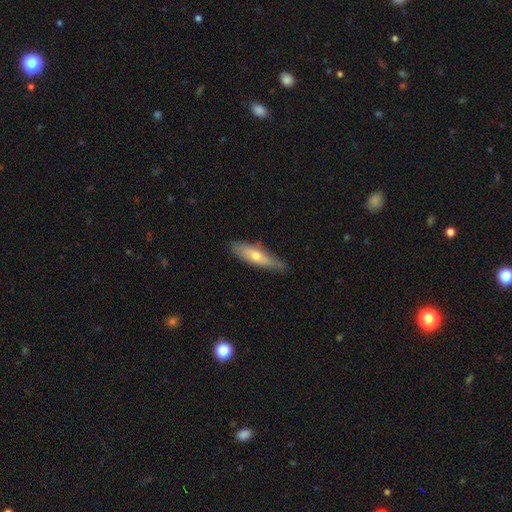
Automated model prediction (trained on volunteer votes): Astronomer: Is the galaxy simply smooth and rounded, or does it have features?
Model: smooth — 56% (runner-up: featured or disk, 38%).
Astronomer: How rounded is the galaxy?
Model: cigar-shaped — 59% (runner-up: in between, 39%).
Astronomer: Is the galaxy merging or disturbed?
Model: none — 72%.